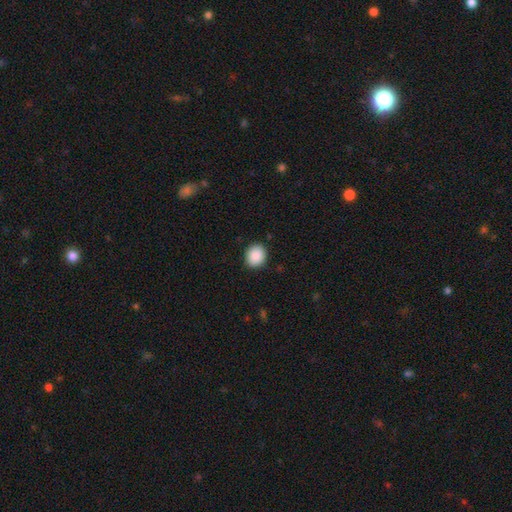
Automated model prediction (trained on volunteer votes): Morphology: type=smooth (89%); roundness=round (65%); merging=none (88%).